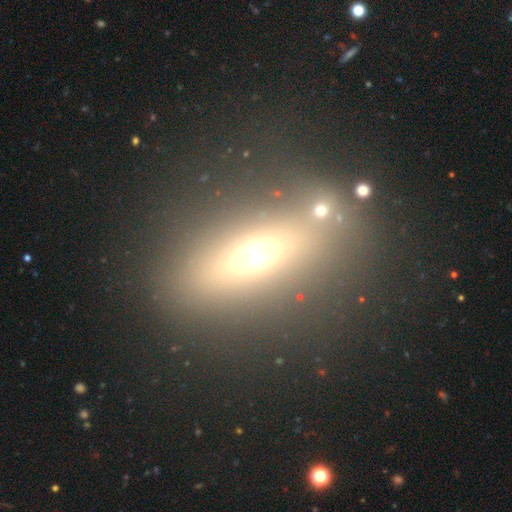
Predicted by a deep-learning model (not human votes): Smooth or featured? Predicted: smooth (p=0.50). Merging? Predicted: none (p=0.78).